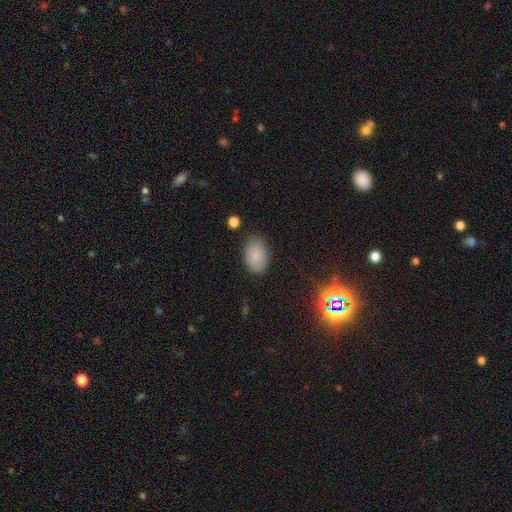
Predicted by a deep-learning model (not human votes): Q: Smooth or featured?
A: smooth (83%); runner-up: star or artifact (9%)
Q: How rounded?
A: in between (88%); runner-up: round (11%)
Q: Merging?
A: none (83%); runner-up: minor disturbance (12%)